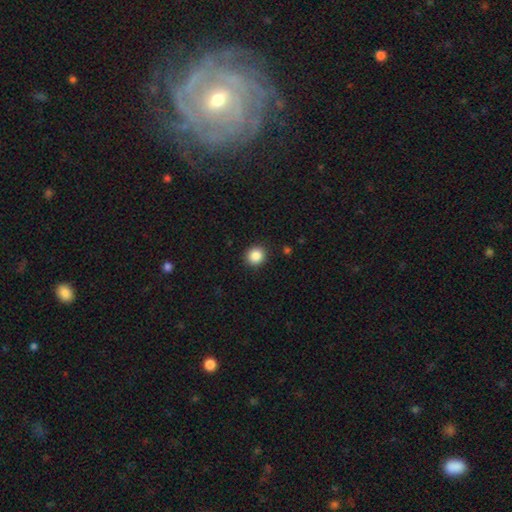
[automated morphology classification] Q: Smooth or featured?
A: smooth (87%); runner-up: star or artifact (10%)
Q: How rounded?
A: round (90%); runner-up: in between (9%)
Q: Merging?
A: none (91%); runner-up: minor disturbance (6%)